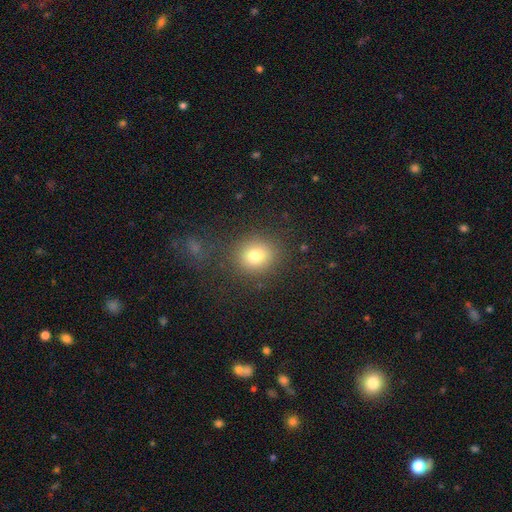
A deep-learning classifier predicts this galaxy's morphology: Smooth or featured: smooth — 76% (star or artifact — 14%)
How rounded: round — 81% (in between — 18%)
Merging: none — 82% (minor disturbance — 9%)